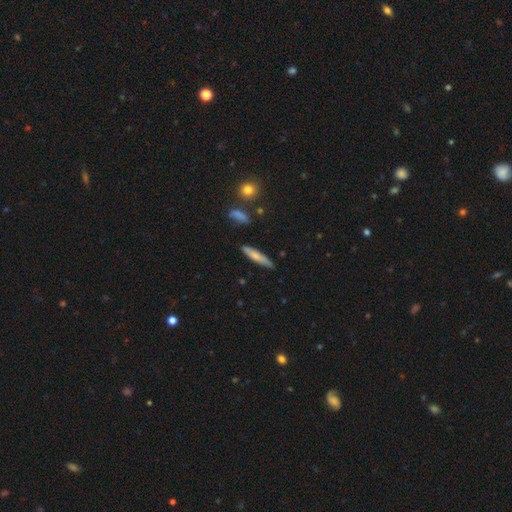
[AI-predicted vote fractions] Q: Smooth or featured?
A: smooth (68%); runner-up: featured or disk (26%)
Q: How rounded?
A: cigar-shaped (85%); runner-up: in between (13%)
Q: Merging?
A: none (80%); runner-up: minor disturbance (15%)